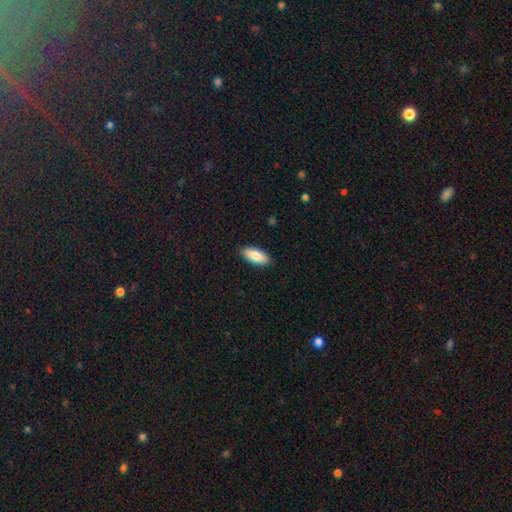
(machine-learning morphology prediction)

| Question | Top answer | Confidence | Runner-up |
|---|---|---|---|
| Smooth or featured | smooth | 86% | featured or disk (8%) |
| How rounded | in between | 89% | cigar-shaped (10%) |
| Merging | none | 89% | minor disturbance (8%) |